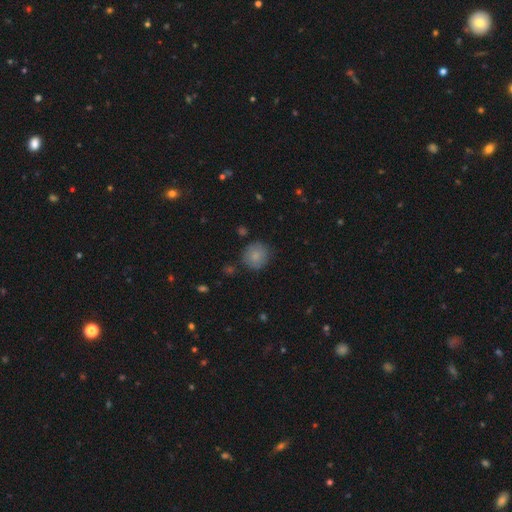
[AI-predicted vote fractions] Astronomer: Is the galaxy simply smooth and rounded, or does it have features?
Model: smooth — 83%.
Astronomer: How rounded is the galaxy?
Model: round — 89%.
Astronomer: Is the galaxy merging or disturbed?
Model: none — 81%.